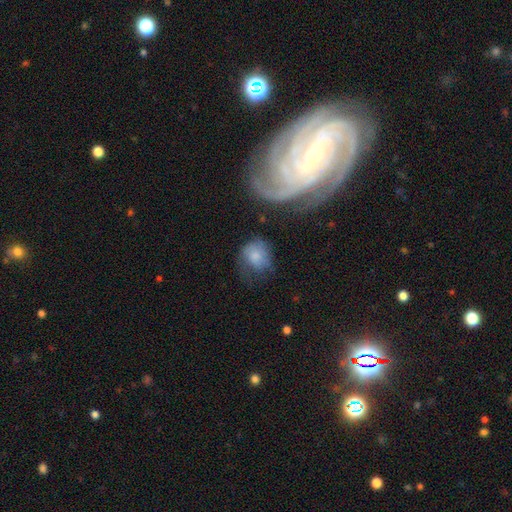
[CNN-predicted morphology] Smooth or featured? smooth (70%)
How rounded? round (67%)
Merging? none (39%)